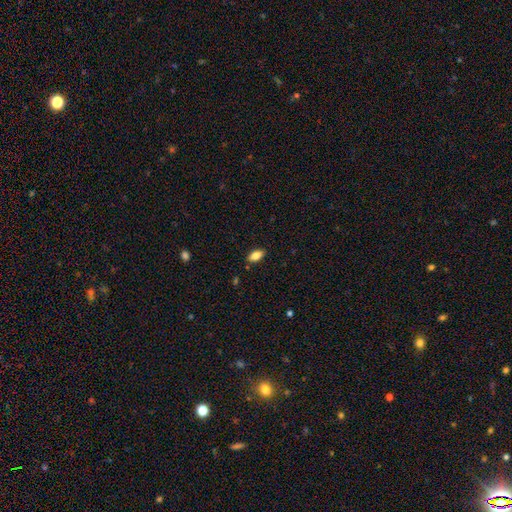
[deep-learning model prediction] Q: Smooth or featured?
A: smooth (82%); runner-up: featured or disk (10%)
Q: How rounded?
A: in between (90%); runner-up: cigar-shaped (6%)
Q: Merging?
A: none (86%); runner-up: minor disturbance (10%)